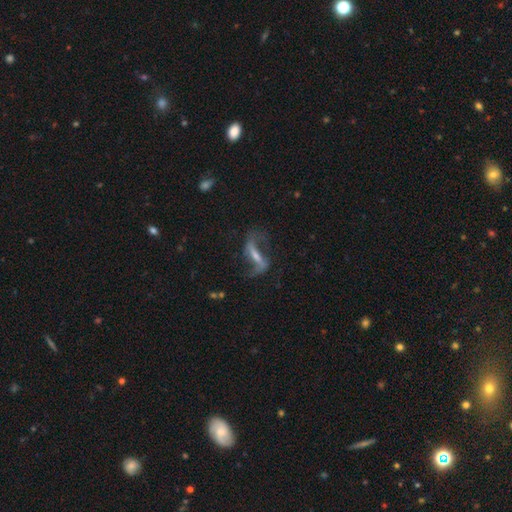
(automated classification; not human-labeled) featured or disk 81%, smooth 10%, star or artifact 8%. Down the decision tree: edge-on disk — no (84%); bar — strong (62%); spiral arms — yes (90%); spiral arm count — 2 (89%); spiral winding — loose (76%); bulge size — small (47%); merging — none (64%).